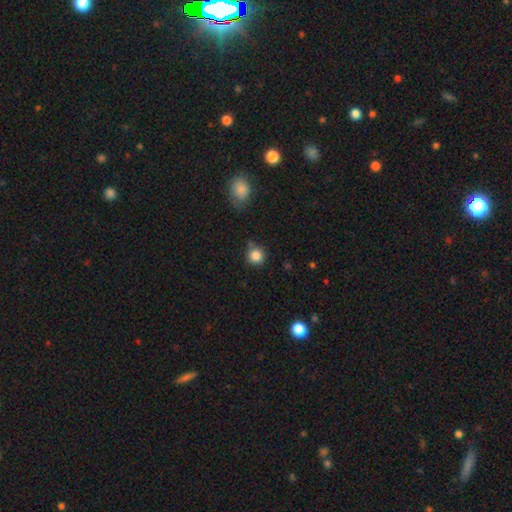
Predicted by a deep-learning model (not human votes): Smooth or featured? Predicted: smooth (p=0.84). How rounded? Predicted: round (p=0.91). Merging? Predicted: none (p=0.79).